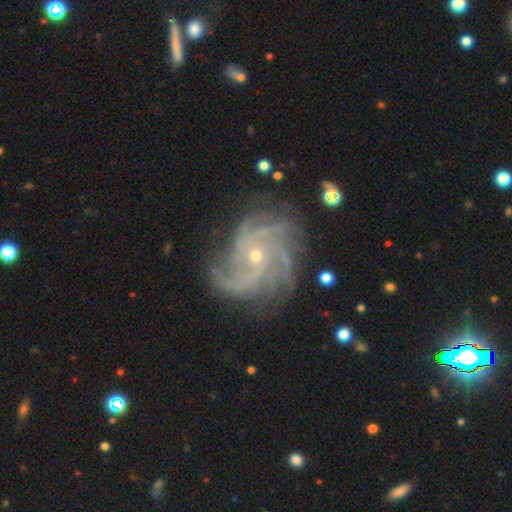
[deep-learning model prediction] Smooth or featured? Predicted: featured or disk (p=0.89). Edge-on disk? Predicted: no (p=0.98). Bar? Predicted: no (p=0.72). Spiral arms? Predicted: yes (p=0.98). Spiral winding? Predicted: tight (p=0.45). Spiral arm count? Predicted: 4 (p=0.28). Bulge size? Predicted: small (p=0.70). Merging? Predicted: none (p=0.72).